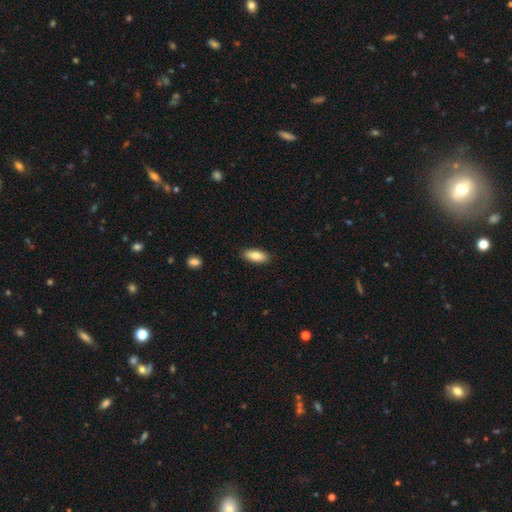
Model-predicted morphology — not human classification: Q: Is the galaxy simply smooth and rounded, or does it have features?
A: smooth — 83%.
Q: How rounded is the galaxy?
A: in between — 84%.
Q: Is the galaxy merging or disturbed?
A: none — 88%.